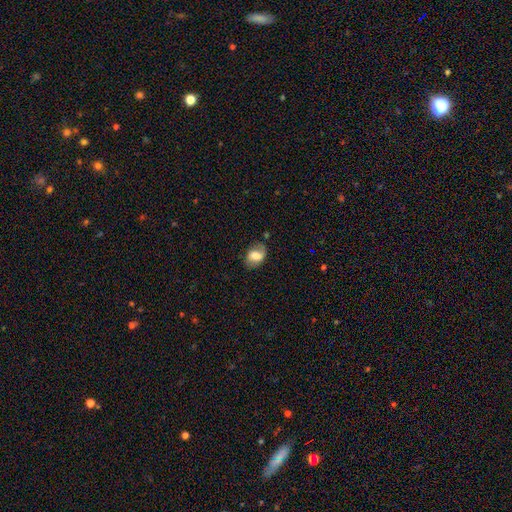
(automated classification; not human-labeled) Smooth or featured?
  - smooth: 66% *
  - featured or disk: 26%
  - star or artifact: 8%
How rounded?
  - in between: 76% *
  - round: 22%
  - cigar-shaped: 1%
Merging?
  - none: 63% *
  - minor disturbance: 25%
  - major disturbance: 10%
  - merger: 3%